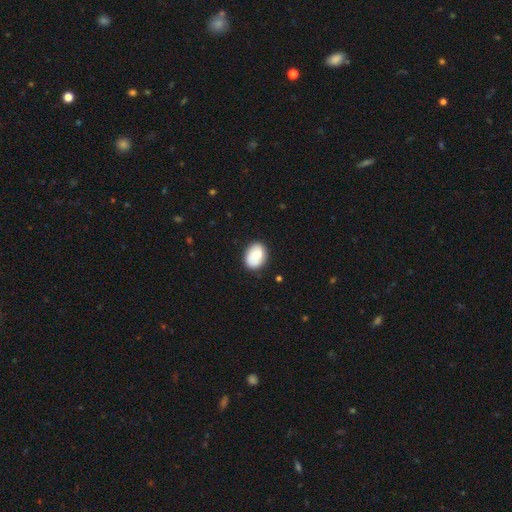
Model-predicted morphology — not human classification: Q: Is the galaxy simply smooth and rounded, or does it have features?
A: smooth — 70%.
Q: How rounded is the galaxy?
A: in between — 69%.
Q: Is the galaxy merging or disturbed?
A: none — 79%.